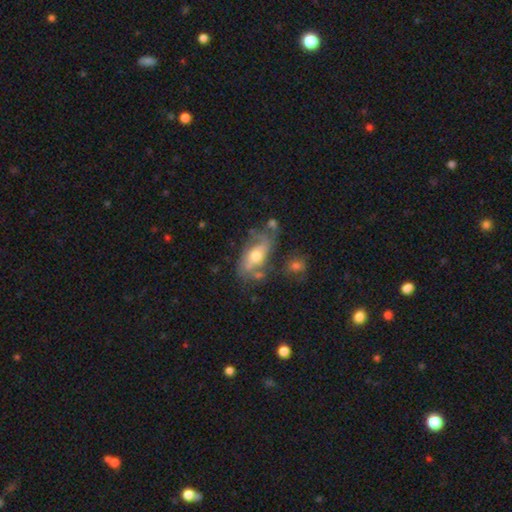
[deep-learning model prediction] Overall: featured or disk (62%; smooth 30%). Edge-on disk: no (86%). Bar: no (62%; weak 28%). Spiral arms: yes (76%). Bulge size: moderate (68%). Merging: none (47%; minor disturbance 25%).